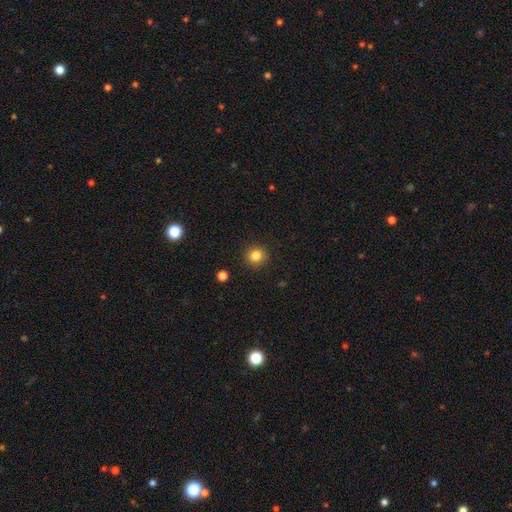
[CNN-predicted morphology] Smooth or featured? smooth (83%)
How rounded? round (92%)
Merging? none (91%)